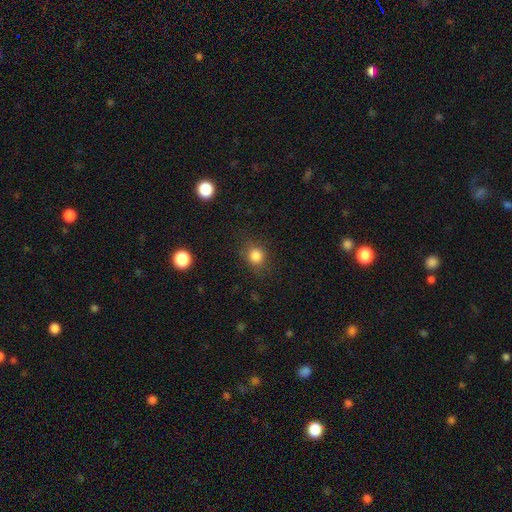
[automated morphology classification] type=smooth (83%); roundness=round (78%); merging=none (82%).